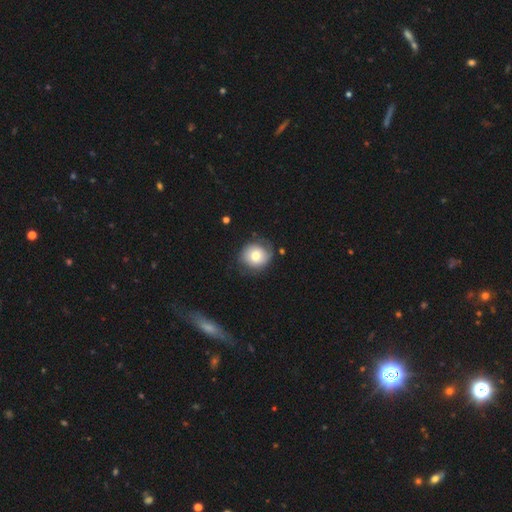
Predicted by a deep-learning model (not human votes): smooth 66%, featured or disk 26%, star or artifact 8%. Down the decision tree: how rounded — round (83%); merging — none (69%).